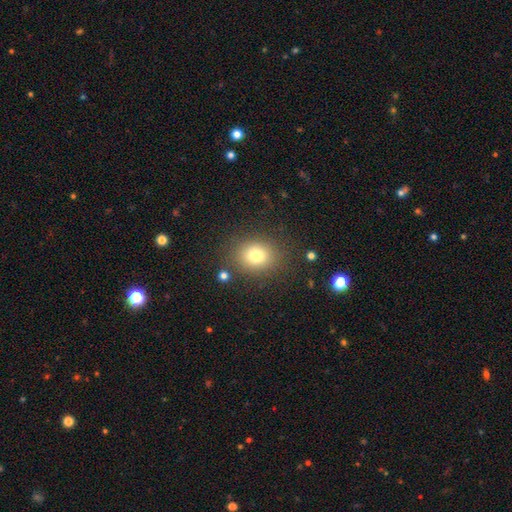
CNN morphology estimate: smooth 76%, star or artifact 14%, featured or disk 10%. Down the decision tree: how rounded — round (69%); merging — none (84%).